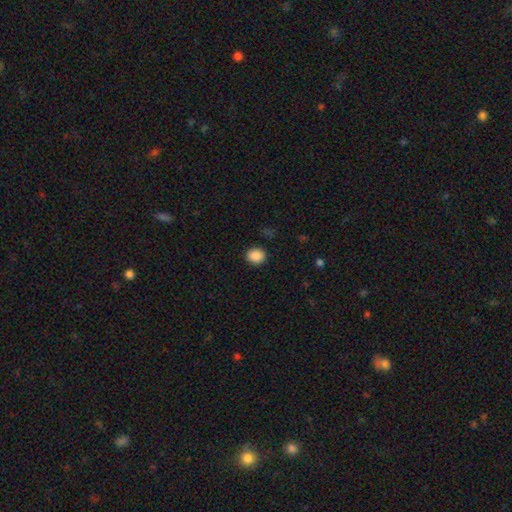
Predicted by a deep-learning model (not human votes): Q: Smooth or featured?
A: smooth (88%); runner-up: star or artifact (9%)
Q: How rounded?
A: round (73%); runner-up: in between (26%)
Q: Merging?
A: none (90%); runner-up: minor disturbance (7%)